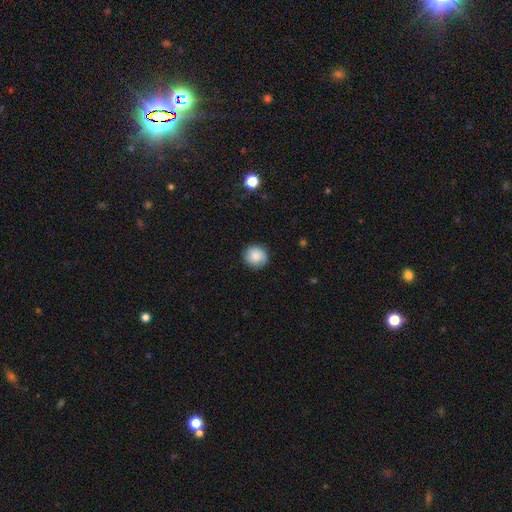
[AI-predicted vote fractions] This appears to be a smooth galaxy with no disk features (82%) that is round (89%). Merging: none (86%).